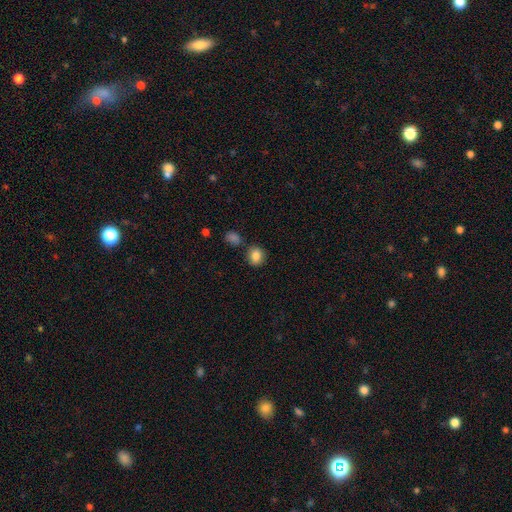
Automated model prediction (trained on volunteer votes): This is clearly a smooth galaxy (85%). How rounded: likely round (72%). Merging: likely none (77%).